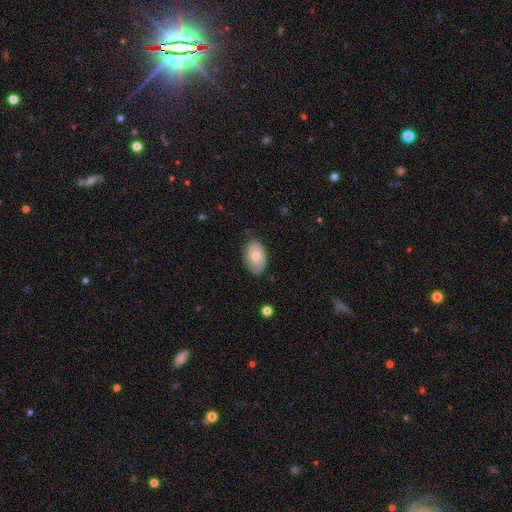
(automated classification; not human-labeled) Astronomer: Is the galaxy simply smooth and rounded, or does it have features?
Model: smooth — 66%.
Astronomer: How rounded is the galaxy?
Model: in between — 89%.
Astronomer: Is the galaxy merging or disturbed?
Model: none — 74%.